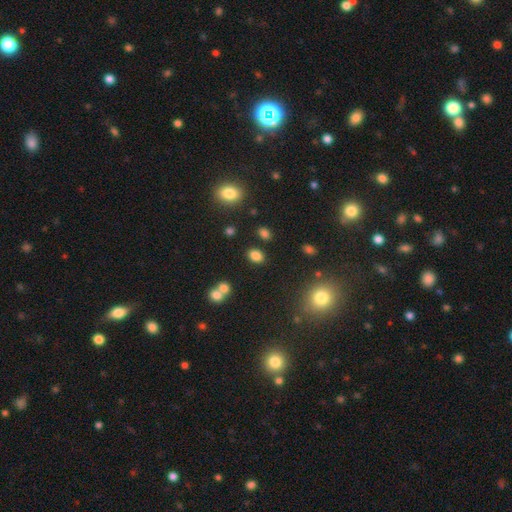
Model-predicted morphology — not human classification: Smooth or featured? Predicted: smooth (p=0.82). How rounded? Predicted: in between (p=0.77). Merging? Predicted: none (p=0.80).